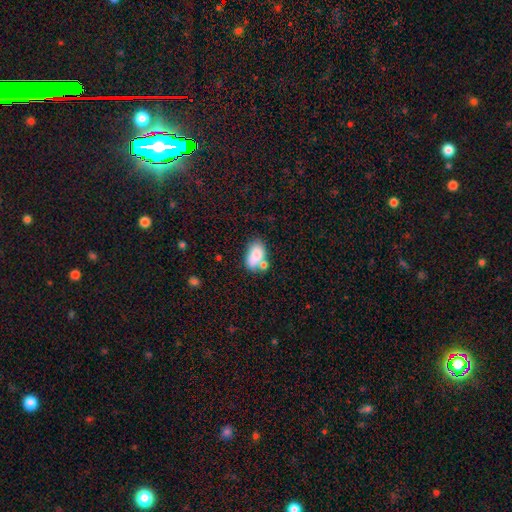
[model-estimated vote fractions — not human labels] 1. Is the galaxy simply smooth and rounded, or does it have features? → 79% smooth, 13% featured or disk, 8% star or artifact.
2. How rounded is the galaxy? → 90% in between, 8% round, 2% cigar-shaped.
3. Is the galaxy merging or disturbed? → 44% none, 29% merger, 20% minor disturbance, 7% major disturbance.